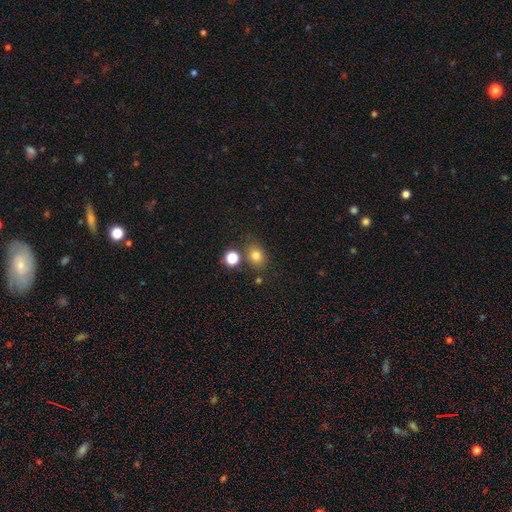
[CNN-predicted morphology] A smooth galaxy with no disk features (79%) that is round (55%). Merging: none (73%).